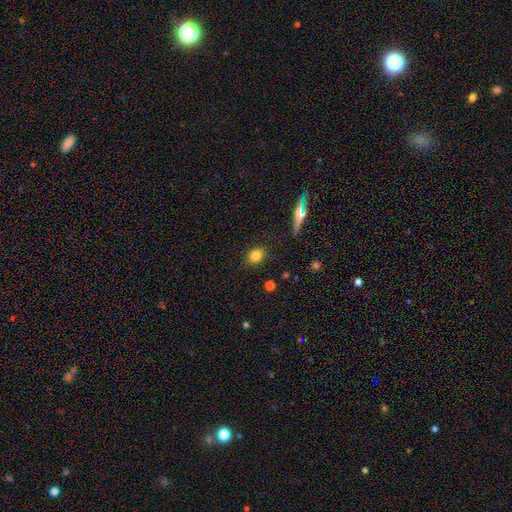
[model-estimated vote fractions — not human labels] The model was most divided on "how rounded": round: 61%, in between: 37%, cigar-shaped: 2%. More confident: merging — none (86%); smooth or featured — smooth (80%).